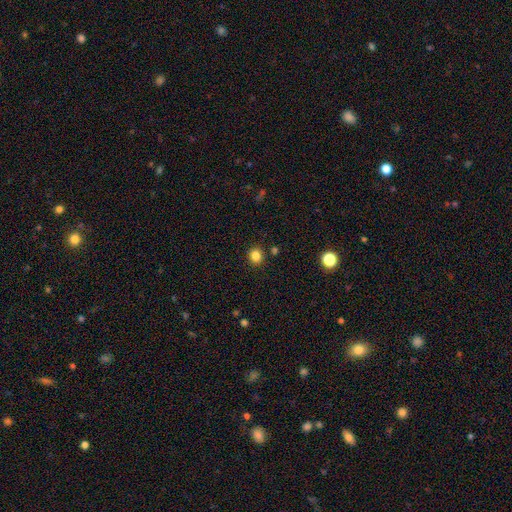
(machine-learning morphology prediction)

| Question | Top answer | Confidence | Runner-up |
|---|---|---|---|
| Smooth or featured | smooth | 83% | star or artifact (12%) |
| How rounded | round | 86% | in between (13%) |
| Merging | none | 89% | minor disturbance (6%) |